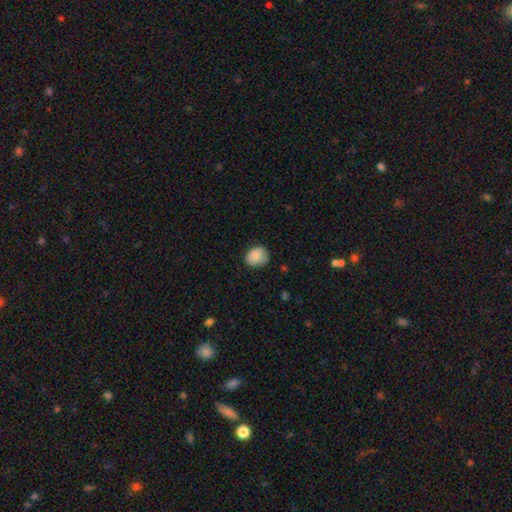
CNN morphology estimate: Overall: smooth (85%). How rounded: round (65%; in between 34%). Merging: none (73%).